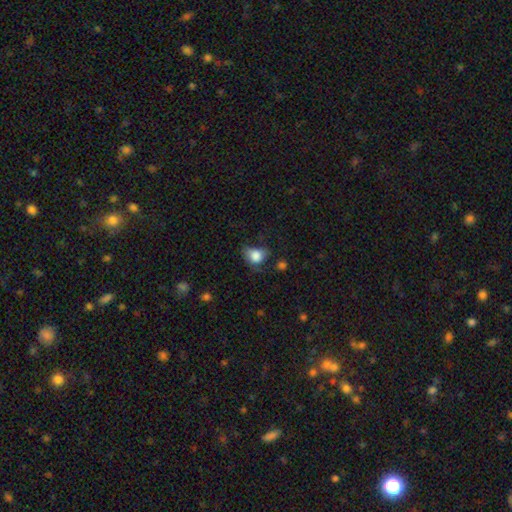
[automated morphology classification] The model was most divided on "merging": none: 40%, minor disturbance: 36%, major disturbance: 20%, merger: 3%. More confident: smooth or featured — smooth (82%); how rounded — in between (55%).